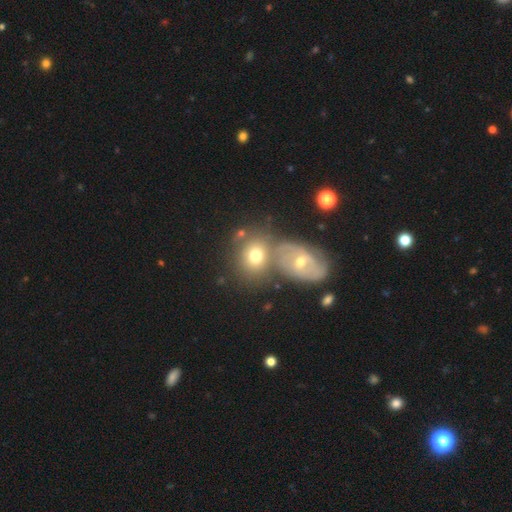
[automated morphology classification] smooth-or-featured: smooth: 60% | featured or disk: 30% | star or artifact: 10%
  how-rounded: round: 51% | in between: 47% | cigar-shaped: 1%
  merging: merger: 43% | none: 41% | minor disturbance: 11% | major disturbance: 5%